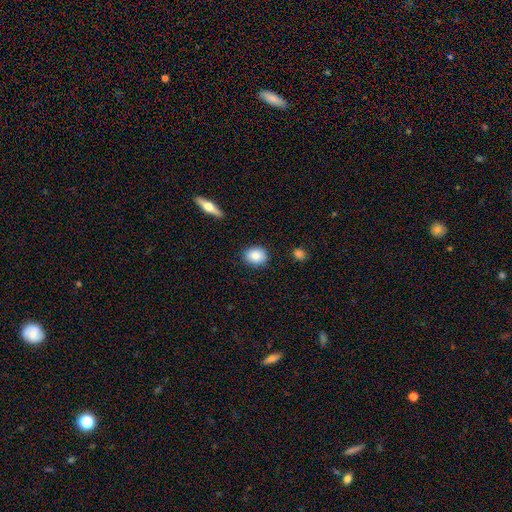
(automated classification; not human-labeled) The model was most divided on "how rounded": round: 50%, in between: 49%, cigar-shaped: 1%. More confident: smooth or featured — smooth (86%); merging — none (85%).